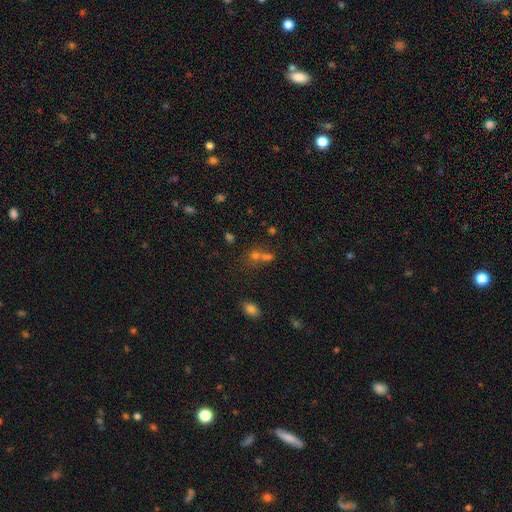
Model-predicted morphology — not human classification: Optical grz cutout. It shows a smooth galaxy with no disk features (55%) that is round (68%). Merging: none (44%).